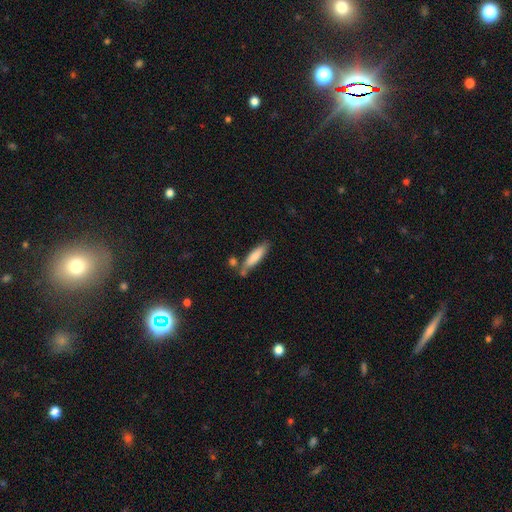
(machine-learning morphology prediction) smooth-or-featured: smooth: 78% | featured or disk: 16% | star or artifact: 6%
  how-rounded: cigar-shaped: 73% | in between: 25% | round: 1%
  merging: none: 64% | minor disturbance: 18% | merger: 14% | major disturbance: 4%